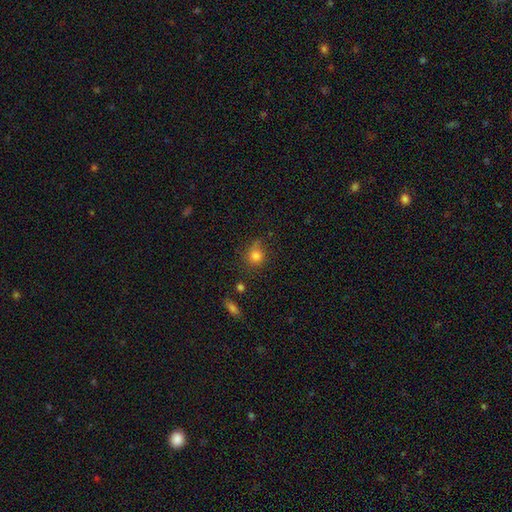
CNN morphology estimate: Overall: smooth (81%). How rounded: round (79%). Merging: none (66%).